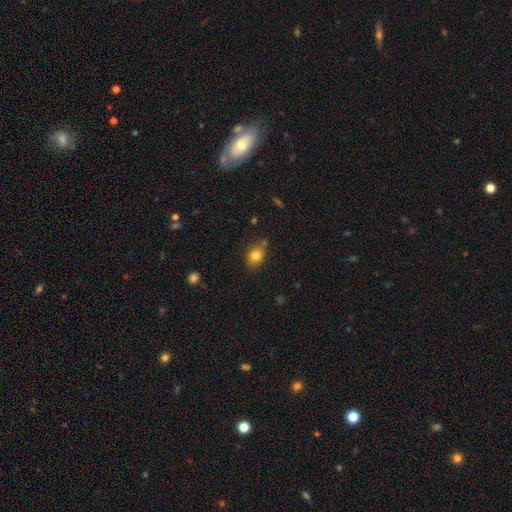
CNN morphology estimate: smooth_or_featured: smooth (p=0.80) [alt: star or artifact p=0.10]
how_rounded: in between (p=0.64) [alt: round p=0.34]
merging: none (p=0.70) [alt: minor disturbance p=0.21]